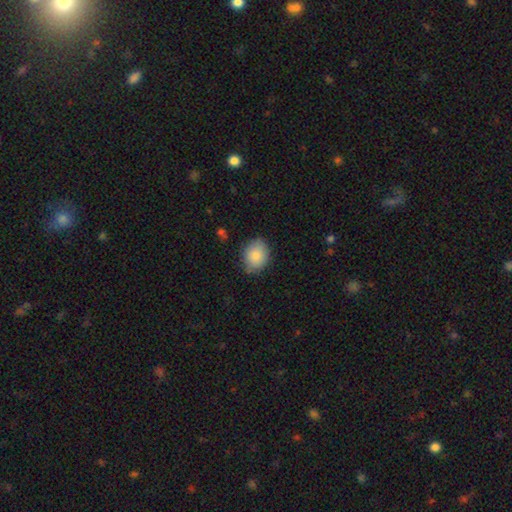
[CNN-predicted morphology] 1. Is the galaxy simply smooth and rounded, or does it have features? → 85% smooth, 8% featured or disk, 7% star or artifact.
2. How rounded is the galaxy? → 51% round, 48% in between, 1% cigar-shaped.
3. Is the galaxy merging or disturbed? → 80% none, 16% minor disturbance, 3% major disturbance, 1% merger.